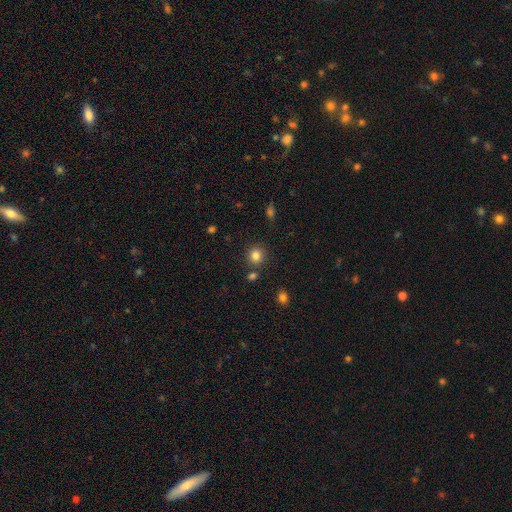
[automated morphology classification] This appears to be a smooth galaxy with no disk features (83%) that is round (88%). Merging: none (84%).